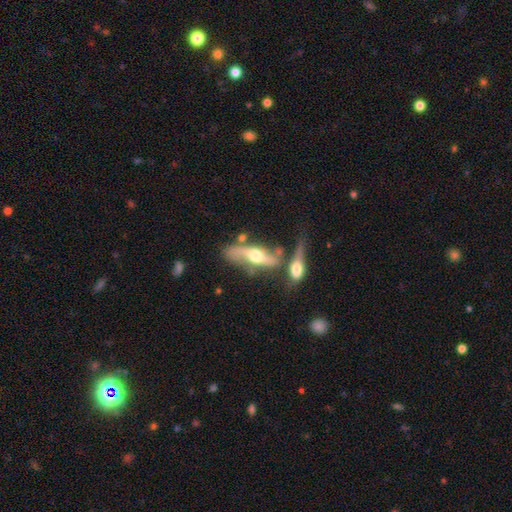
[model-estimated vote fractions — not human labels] This is likely a featured or disk galaxy (73%). It is possibly viewed edge-on (56%). Merging: marginally none (44%).